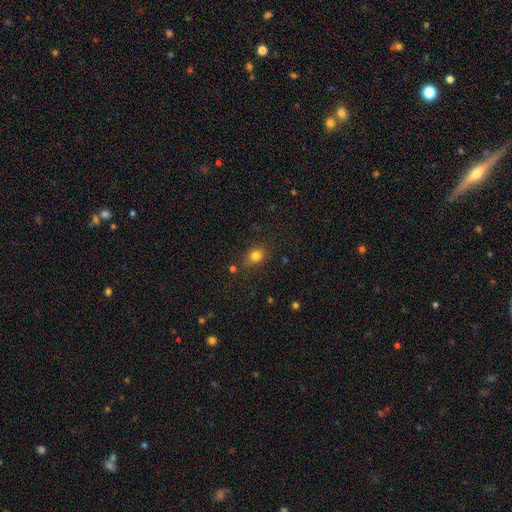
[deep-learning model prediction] smooth-or-featured: smooth: 80% | star or artifact: 13% | featured or disk: 7%
  how-rounded: round: 56% | in between: 43% | cigar-shaped: 2%
  merging: none: 76% | minor disturbance: 15% | major disturbance: 4% | merger: 4%